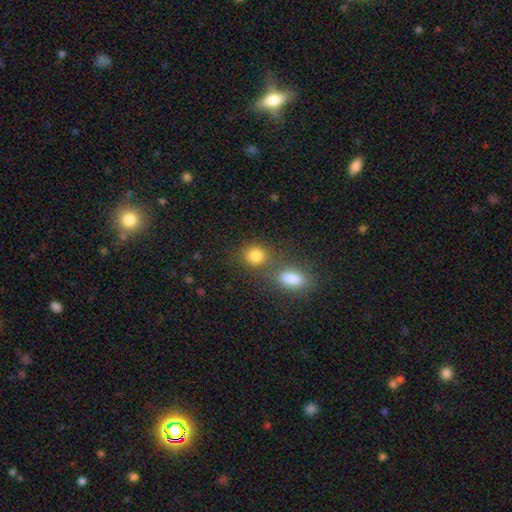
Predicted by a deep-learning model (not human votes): Smooth or featured?
  - smooth: 83% *
  - star or artifact: 11%
  - featured or disk: 6%
How rounded?
  - round: 70% *
  - in between: 28%
  - cigar-shaped: 2%
Merging?
  - none: 55% *
  - merger: 32%
  - minor disturbance: 9%
  - major disturbance: 4%